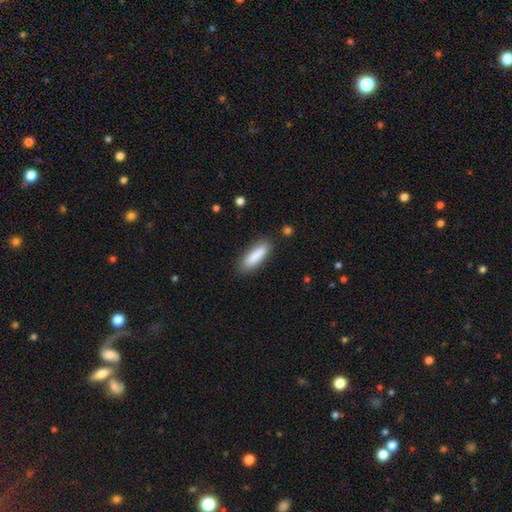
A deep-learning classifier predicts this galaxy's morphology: This is clearly a smooth galaxy (86%). How rounded: possibly cigar-shaped (55%). Merging: clearly none (83%).